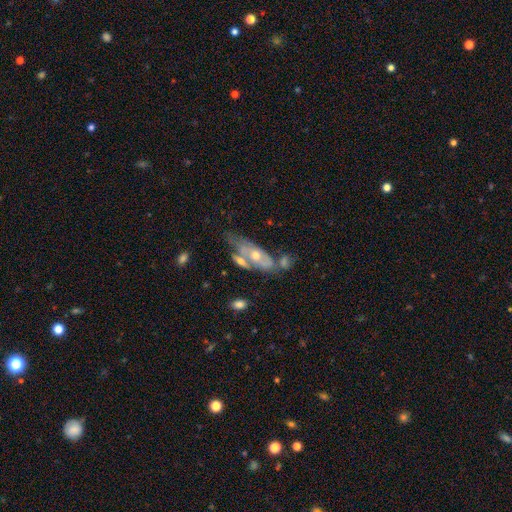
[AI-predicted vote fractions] The model was most divided on "merging": merger: 35%, none: 30%, minor disturbance: 20%, major disturbance: 15%. More confident: edge-on disk — no (81%); smooth or featured — featured or disk (59%).